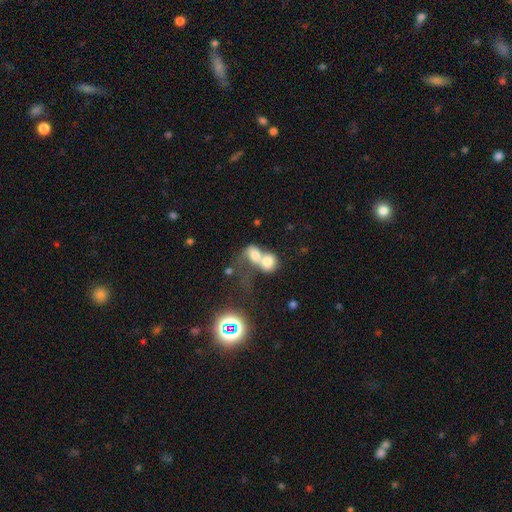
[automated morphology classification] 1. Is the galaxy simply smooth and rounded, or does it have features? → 67% smooth, 21% featured or disk, 12% star or artifact.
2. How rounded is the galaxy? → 54% in between, 44% round, 2% cigar-shaped.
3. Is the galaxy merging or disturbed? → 78% merger, 10% none, 7% major disturbance, 5% minor disturbance.